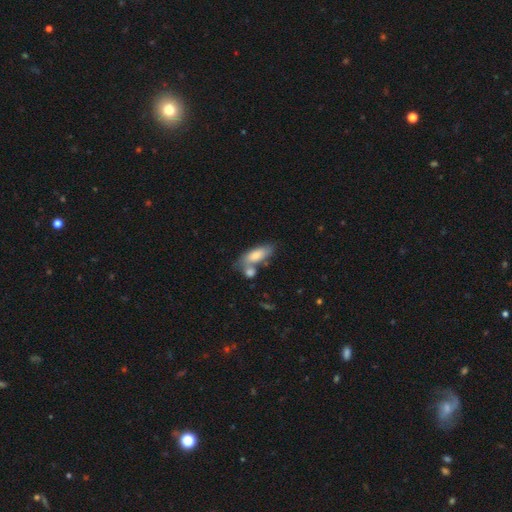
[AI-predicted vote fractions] Overall: smooth (76%). How rounded: in between (75%). Merging: none (43%; merger 34%).